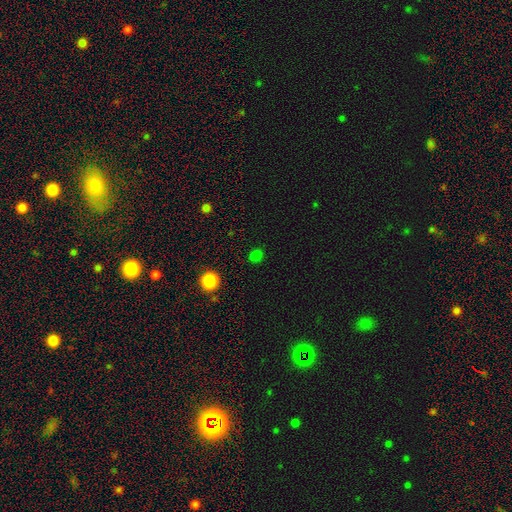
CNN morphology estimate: smooth_or_featured: smooth (p=0.75) [alt: star or artifact p=0.21]
how_rounded: round (p=0.80) [alt: in between p=0.19]
merging: none (p=0.89) [alt: minor disturbance p=0.07]